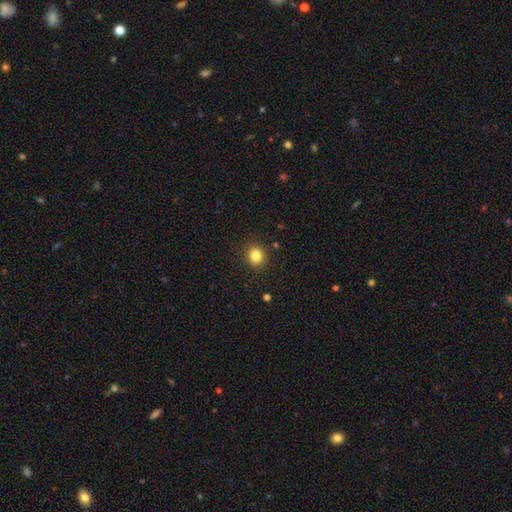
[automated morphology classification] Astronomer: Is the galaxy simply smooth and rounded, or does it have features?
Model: smooth — 82%.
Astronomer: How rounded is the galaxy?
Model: round — 86%.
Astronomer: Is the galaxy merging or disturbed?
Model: none — 90%.